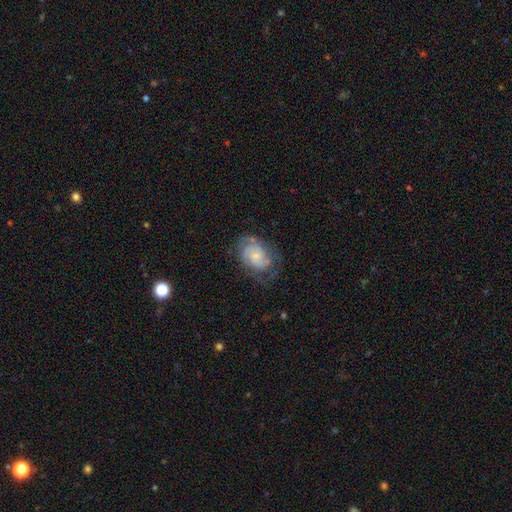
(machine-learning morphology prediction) Overall: featured or disk (69%). Edge-on disk: no (97%). Bar: no (72%). Spiral arms: yes (88%). Spiral arm count: 2 (42%; can't tell 33%). Spiral winding: tight (50%; medium 37%). Bulge size: small (69%). Merging: none (59%; minor disturbance 24%).